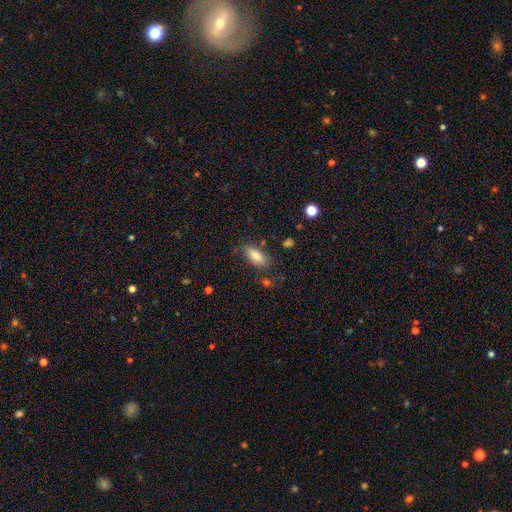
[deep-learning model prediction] Smooth or featured? Predicted: smooth (p=0.83). How rounded? Predicted: in between (p=0.81). Merging? Predicted: none (p=0.77).